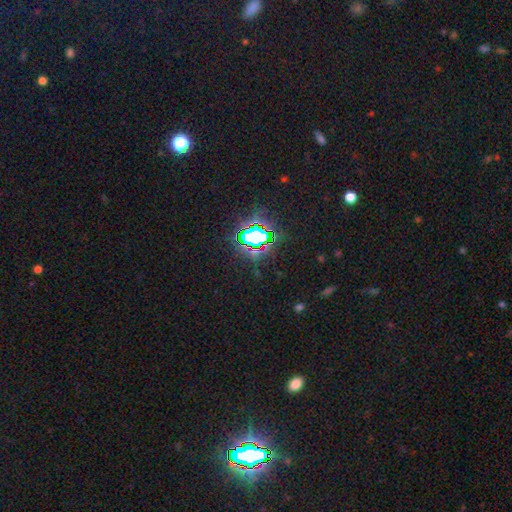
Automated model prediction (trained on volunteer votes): smooth-or-featured: star or artifact: 81% | smooth: 12% | featured or disk: 7%